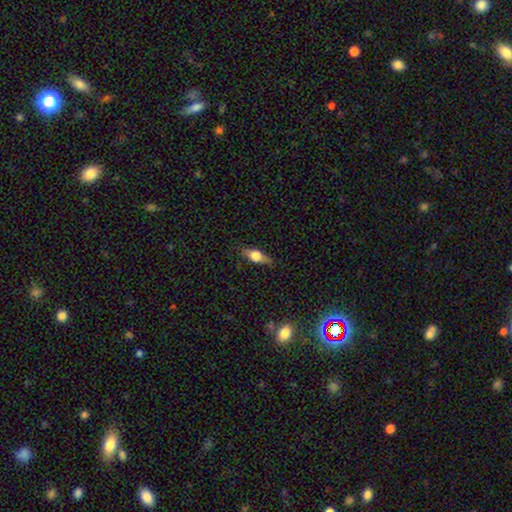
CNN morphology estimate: type=smooth (59%); roundness=in between (68%); merging=none (80%).